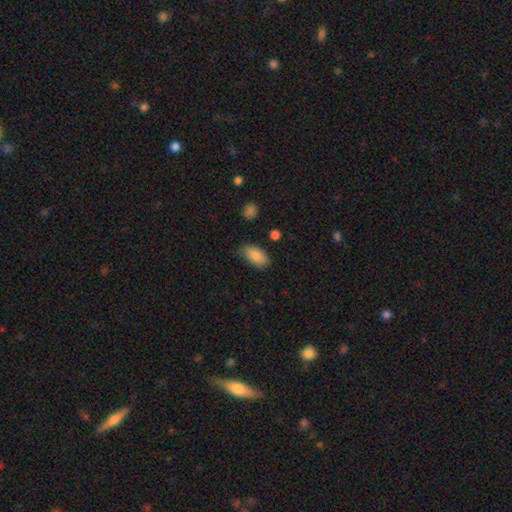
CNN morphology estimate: type=smooth (87%); roundness=in between (94%); merging=none (72%).